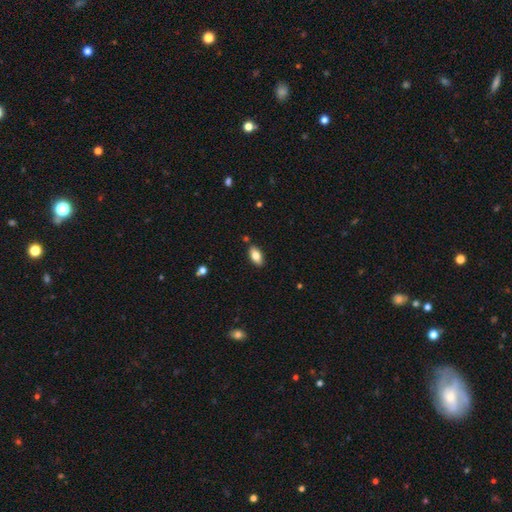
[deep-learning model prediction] smooth_or_featured: smooth (p=0.80) [alt: featured or disk p=0.12]
how_rounded: in between (p=0.91) [alt: cigar-shaped p=0.05]
merging: none (p=0.85) [alt: minor disturbance p=0.10]